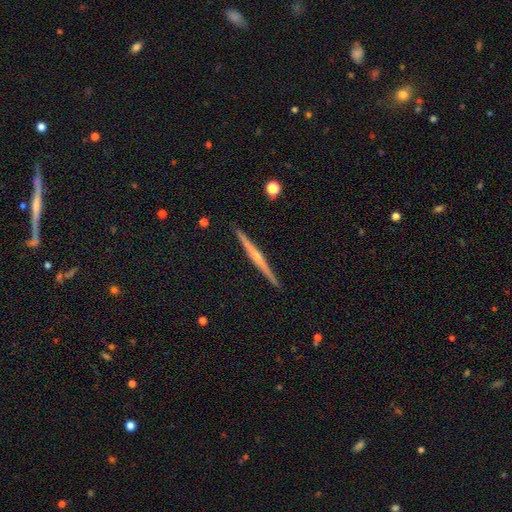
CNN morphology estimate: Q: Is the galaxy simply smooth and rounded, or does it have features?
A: featured or disk — 70%.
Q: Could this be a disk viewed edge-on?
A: yes — 98%.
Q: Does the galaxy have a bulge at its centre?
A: none — 45%.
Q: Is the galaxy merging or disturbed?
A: none — 92%.